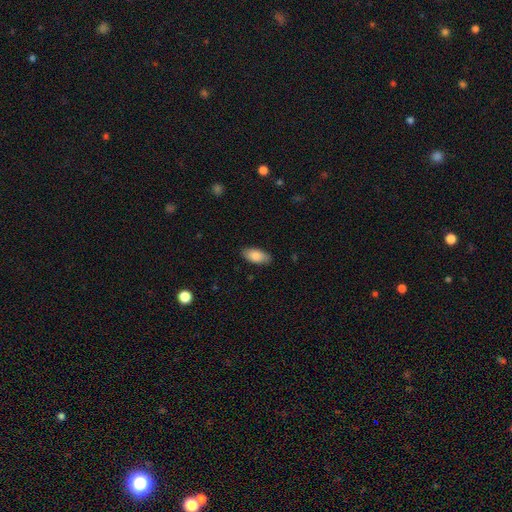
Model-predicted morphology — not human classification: Smooth or featured: smooth — 87% (featured or disk — 6%)
How rounded: in between — 92% (cigar-shaped — 6%)
Merging: none — 87% (minor disturbance — 10%)